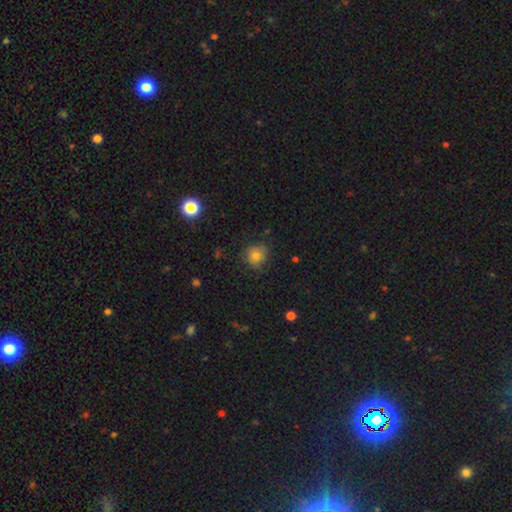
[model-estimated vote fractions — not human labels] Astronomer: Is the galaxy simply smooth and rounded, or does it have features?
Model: smooth — 79%.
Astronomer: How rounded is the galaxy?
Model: round — 84%.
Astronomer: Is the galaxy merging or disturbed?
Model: none — 76%.